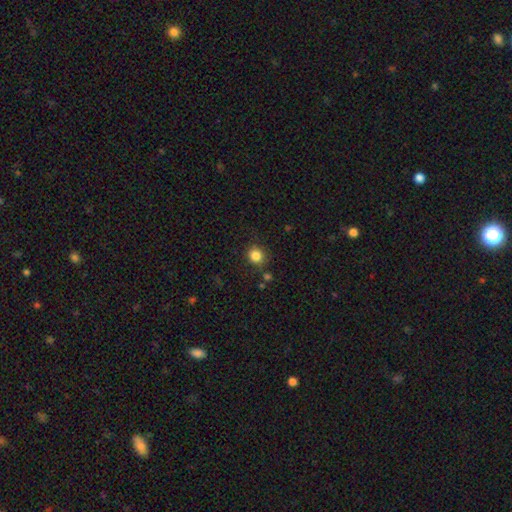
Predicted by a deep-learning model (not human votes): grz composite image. It shows a smooth galaxy with no disk features (84%) that is round (86%). Merging: none (84%).